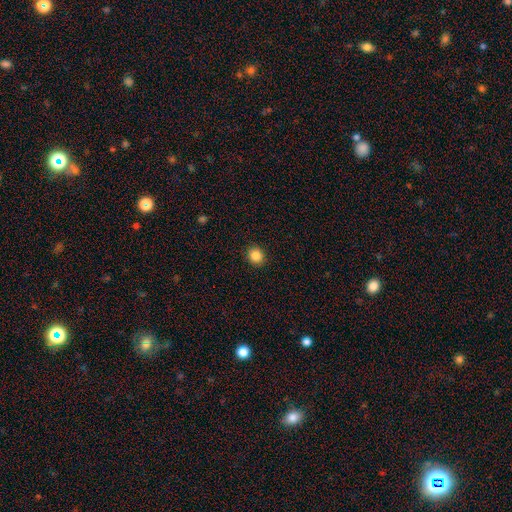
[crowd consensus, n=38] smooth 95%, featured or disk 5%, star or artifact 0%. Down the decision tree: how rounded — round (78%); merging — none (95%).